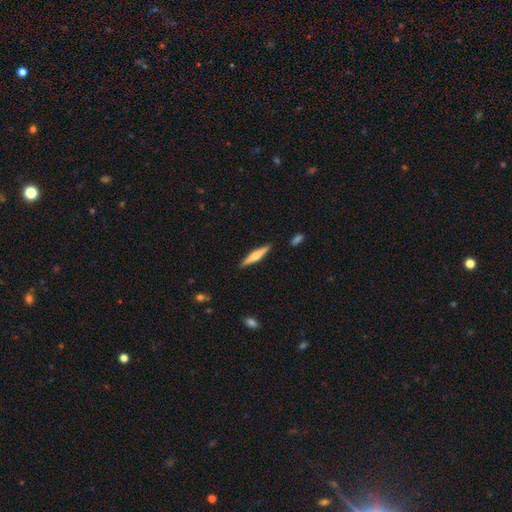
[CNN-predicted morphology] Smooth or featured? smooth (52%)
How rounded? cigar-shaped (88%)
Merging? none (89%)